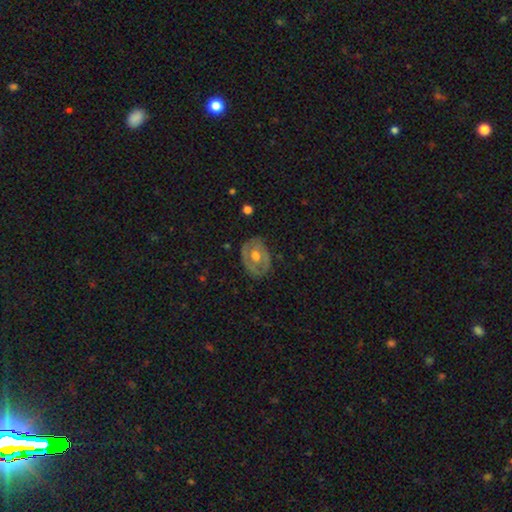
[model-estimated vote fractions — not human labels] This appears to be a featured or disk galaxy (59%) with no bar (74%), no spiral arms (71%) and a moderate central bulge (72%). Merging: none (73%).